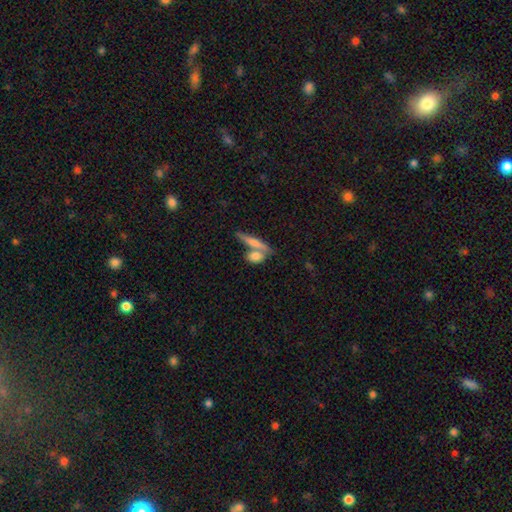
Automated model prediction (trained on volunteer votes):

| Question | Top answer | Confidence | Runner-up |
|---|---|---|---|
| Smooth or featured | smooth | 73% | featured or disk (20%) |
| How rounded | in between | 58% | cigar-shaped (30%) |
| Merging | merger | 44% | none (43%) |